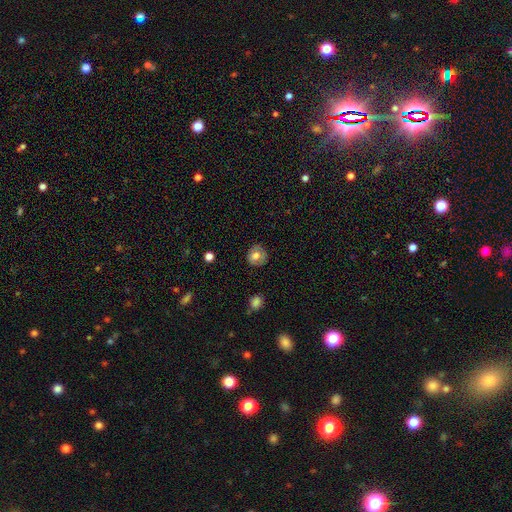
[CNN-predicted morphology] smooth-or-featured: smooth: 69% | featured or disk: 23% | star or artifact: 9%
  how-rounded: round: 84% | in between: 15% | cigar-shaped: 1%
  merging: none: 80% | minor disturbance: 15% | major disturbance: 4% | merger: 1%